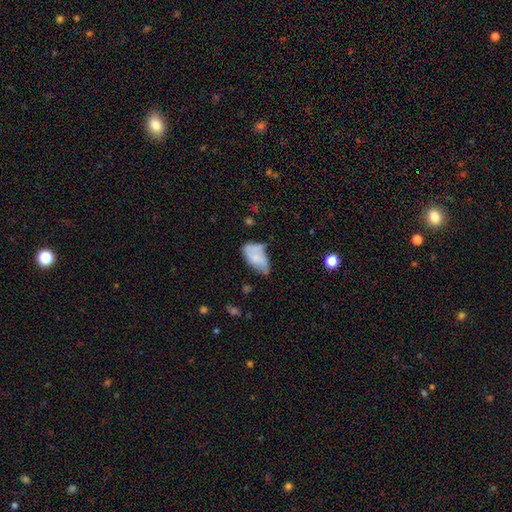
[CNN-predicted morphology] This is likely a smooth galaxy (66%). How rounded: clearly in between (92%). Merging: marginally minor disturbance (35%).